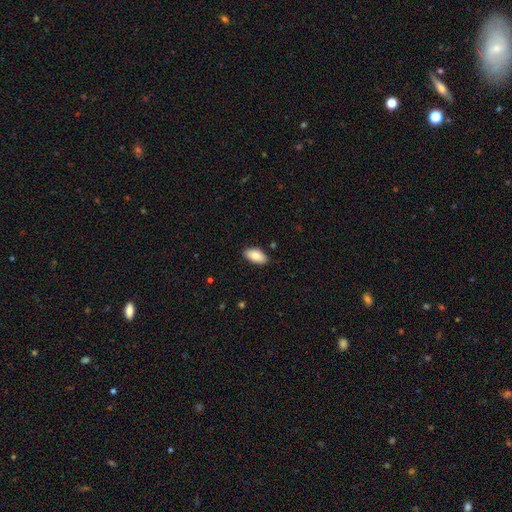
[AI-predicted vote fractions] A smooth galaxy with no disk features (83%) that is in between round and cigar-shaped (93%).

Vote fractions:
- Smooth or featured? smooth: 83% / featured or disk: 10% / star or artifact: 7%
- How rounded? in between: 93% / cigar-shaped: 4% / round: 3%
- Merging? none: 87% / minor disturbance: 10% / major disturbance: 2% / merger: 1%